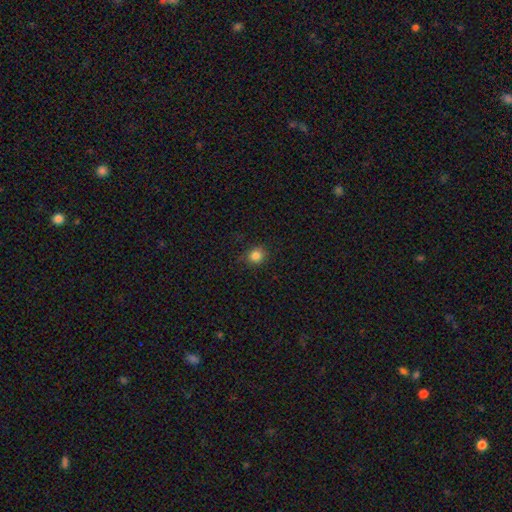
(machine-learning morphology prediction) smooth_or_featured: smooth (p=0.83) [alt: star or artifact p=0.12]
how_rounded: round (p=0.81) [alt: in between p=0.18]
merging: none (p=0.82) [alt: minor disturbance p=0.13]